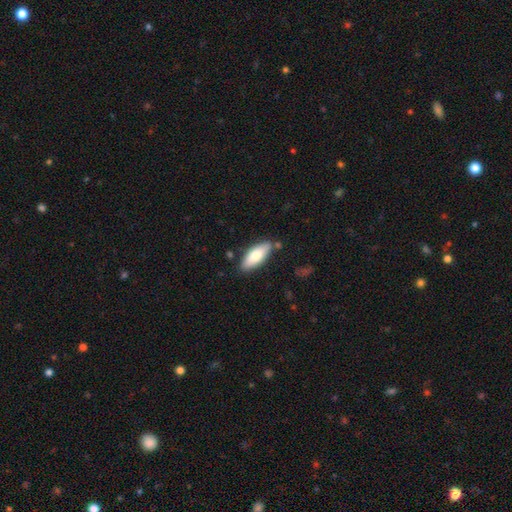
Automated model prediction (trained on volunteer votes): smooth-or-featured: smooth: 76% | featured or disk: 19% | star or artifact: 6%
  how-rounded: in between: 74% | cigar-shaped: 24% | round: 2%
  merging: none: 82% | minor disturbance: 12% | merger: 4% | major disturbance: 2%